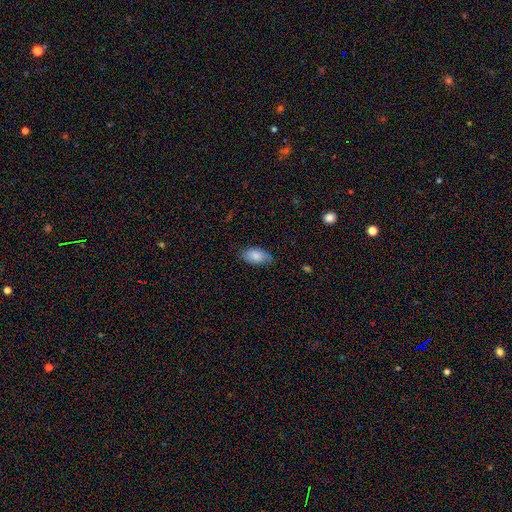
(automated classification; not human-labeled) smooth_or_featured: smooth (p=0.82) [alt: featured or disk p=0.11]
how_rounded: in between (p=0.94) [alt: round p=0.03]
merging: none (p=0.74) [alt: minor disturbance p=0.21]